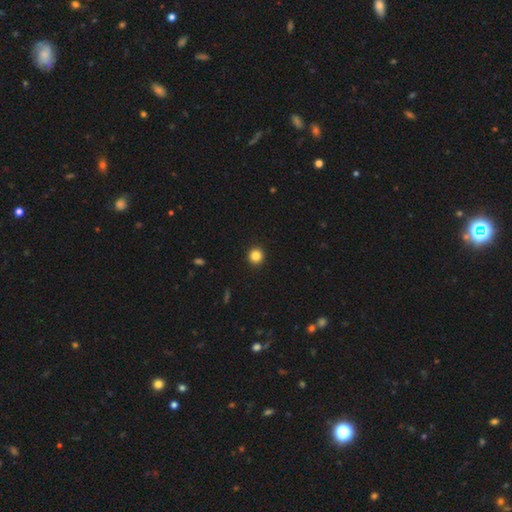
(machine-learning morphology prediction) This is clearly a smooth galaxy (85%). How rounded: clearly round (94%). Merging: clearly none (93%).